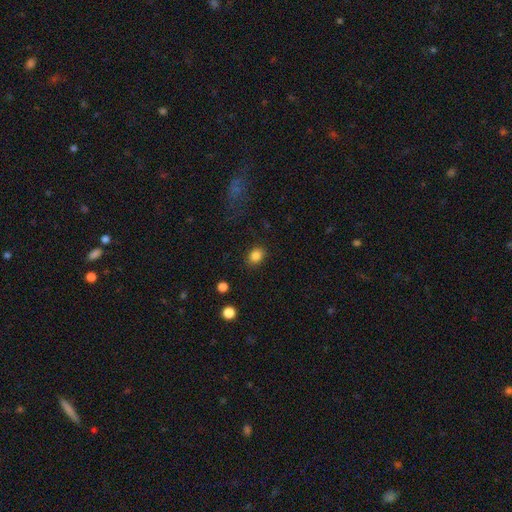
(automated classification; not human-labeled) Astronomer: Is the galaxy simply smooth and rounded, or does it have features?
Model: smooth — 86%.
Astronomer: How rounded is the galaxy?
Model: in between — 60% (runner-up: round, 39%).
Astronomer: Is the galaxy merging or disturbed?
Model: none — 85%.